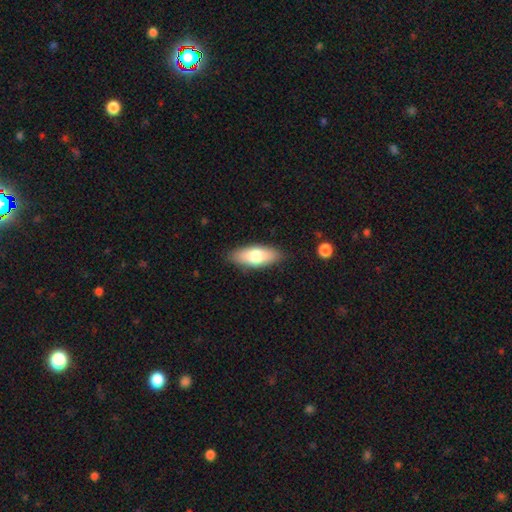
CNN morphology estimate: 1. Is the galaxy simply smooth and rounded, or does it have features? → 73% smooth, 21% featured or disk, 6% star or artifact.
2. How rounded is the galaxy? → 75% in between, 22% cigar-shaped, 2% round.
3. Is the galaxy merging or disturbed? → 86% none, 11% minor disturbance, 2% major disturbance, 1% merger.